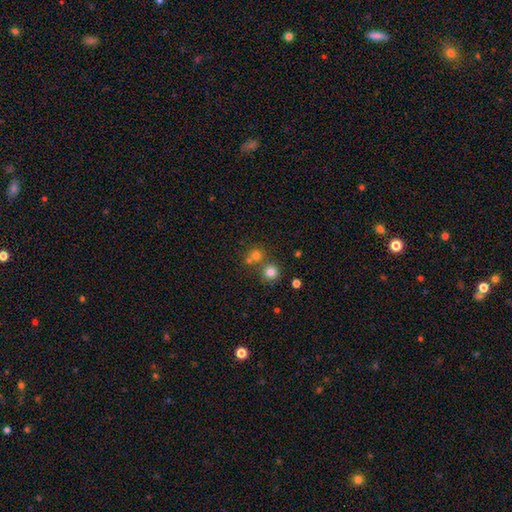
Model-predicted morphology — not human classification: Smooth or featured: smooth — 73% (star or artifact — 18%)
How rounded: round — 89% (in between — 10%)
Merging: none — 59% (merger — 31%)